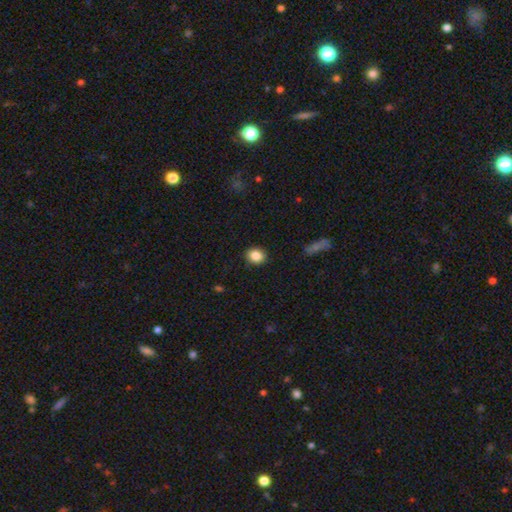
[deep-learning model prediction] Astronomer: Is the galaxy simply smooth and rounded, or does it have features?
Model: smooth — 86%.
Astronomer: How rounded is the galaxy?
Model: round — 63%.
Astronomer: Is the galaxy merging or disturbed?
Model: none — 89%.